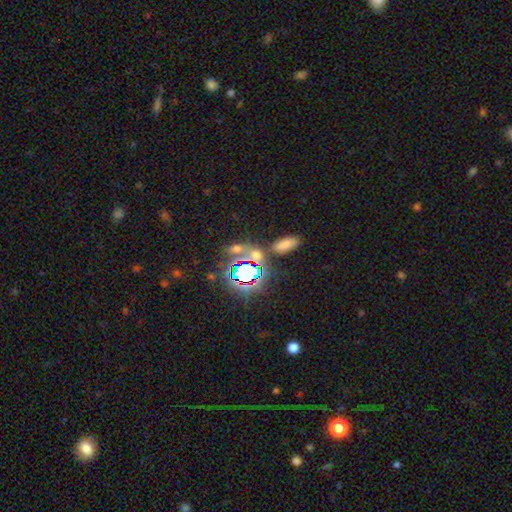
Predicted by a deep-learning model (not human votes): smooth-or-featured: star or artifact: 50% | smooth: 40% | featured or disk: 11%